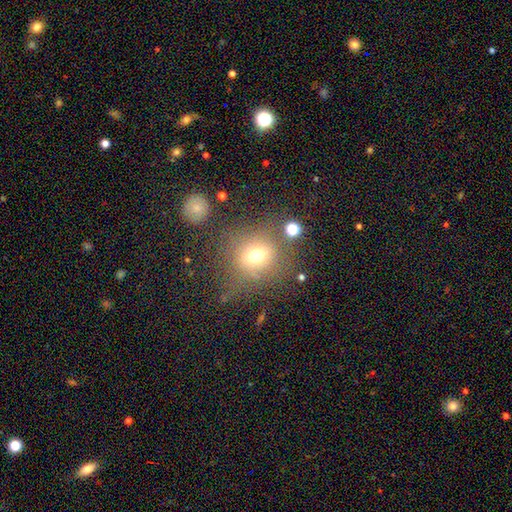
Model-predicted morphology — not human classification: smooth_or_featured: smooth (p=0.64) [alt: star or artifact p=0.18]
how_rounded: round (p=0.76) [alt: in between p=0.23]
merging: none (p=0.63) [alt: minor disturbance p=0.17]